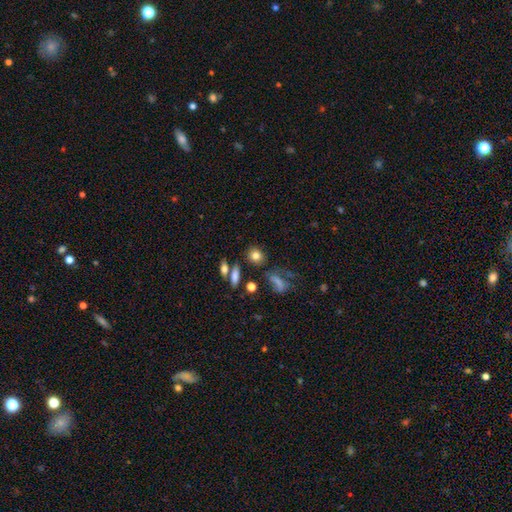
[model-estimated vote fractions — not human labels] smooth 80%, star or artifact 11%, featured or disk 9%. Down the decision tree: how rounded — round (63%); merging — none (76%).